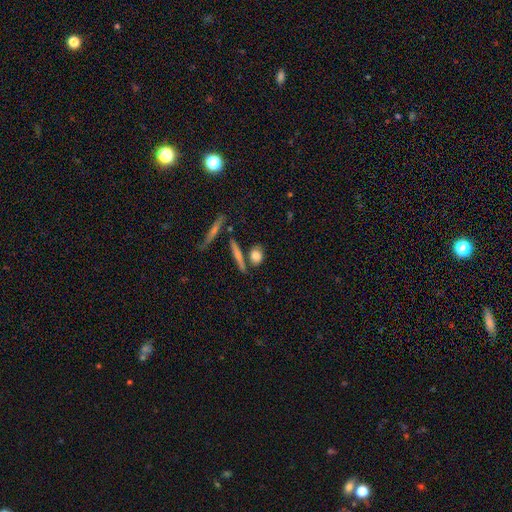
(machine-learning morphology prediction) Q: Smooth or featured?
A: smooth (80%); runner-up: featured or disk (12%)
Q: How rounded?
A: in between (46%); runner-up: round (39%)
Q: Merging?
A: none (69%); runner-up: merger (14%)